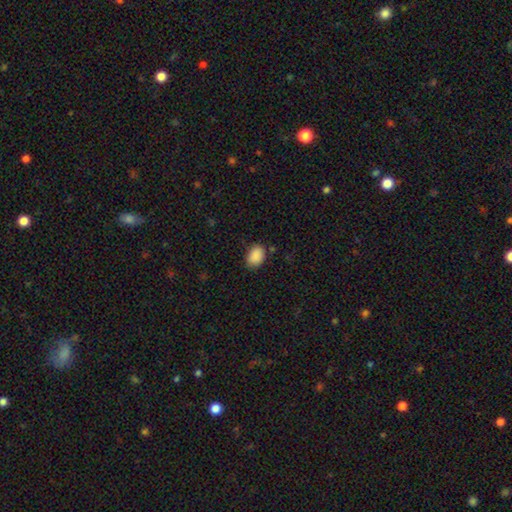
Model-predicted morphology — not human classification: Overall: smooth (89%). How rounded: in between (79%). Merging: none (80%).